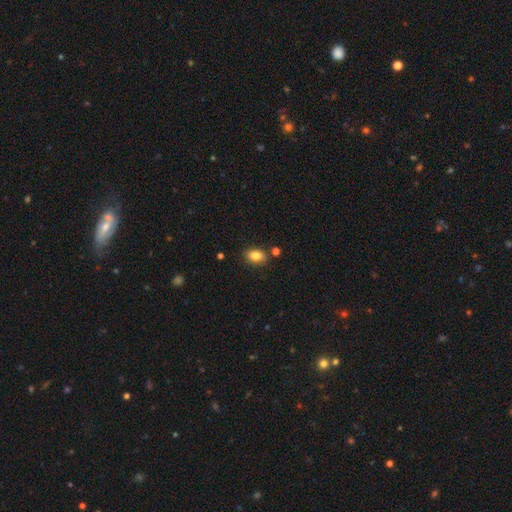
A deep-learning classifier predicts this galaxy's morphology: Smooth or featured: smooth — 83% (star or artifact — 9%)
How rounded: in between — 85% (round — 13%)
Merging: none — 82% (minor disturbance — 11%)